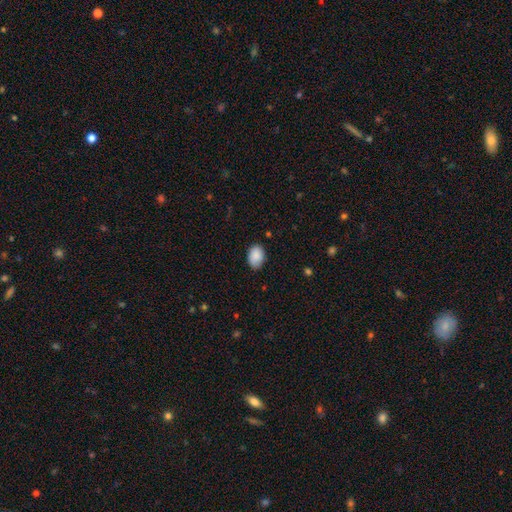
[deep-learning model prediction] A smooth galaxy with no disk features (89%) that is in between round and cigar-shaped (82%). Merging: none (81%).